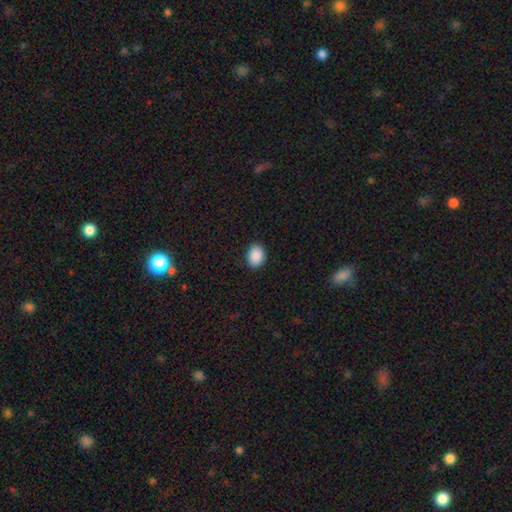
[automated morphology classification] type=smooth (90%); roundness=in between (69%); merging=none (89%).